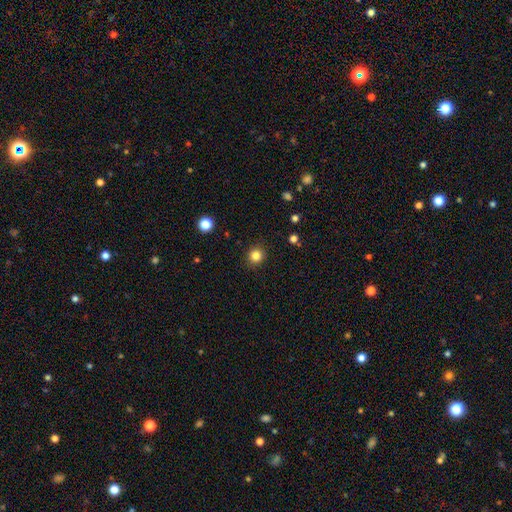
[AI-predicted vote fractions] Smooth or featured: smooth — 83% (star or artifact — 13%)
How rounded: round — 93% (in between — 6%)
Merging: none — 91% (minor disturbance — 6%)